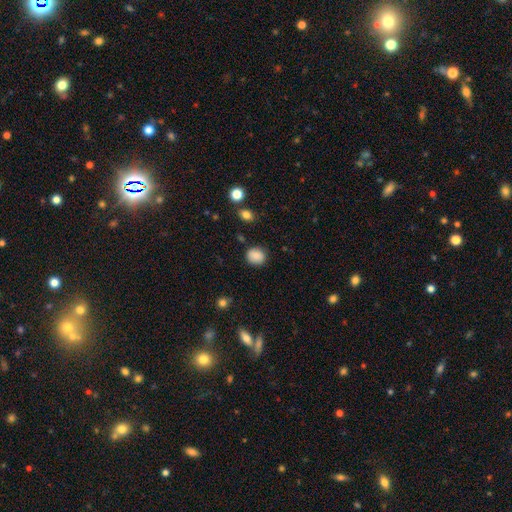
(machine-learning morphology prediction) Smooth or featured? smooth (86%)
How rounded? round (71%)
Merging? none (84%)